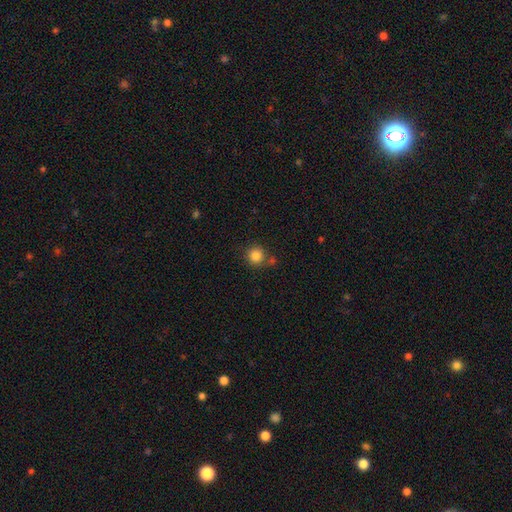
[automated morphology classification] This is clearly a smooth galaxy (84%). How rounded: clearly round (93%). Merging: likely none (73%).